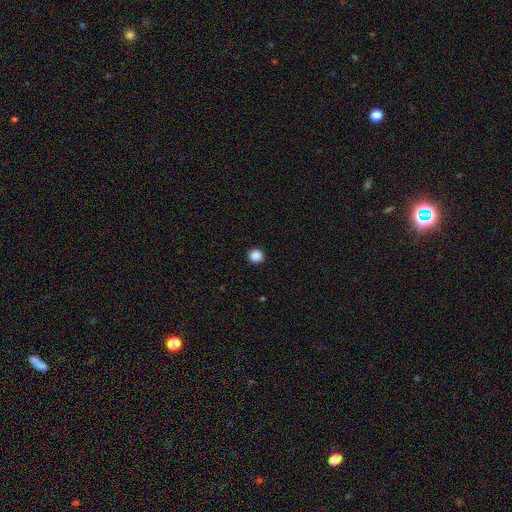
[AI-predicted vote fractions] A smooth galaxy with no disk features (88%) that is round (95%). Merging: none (93%).